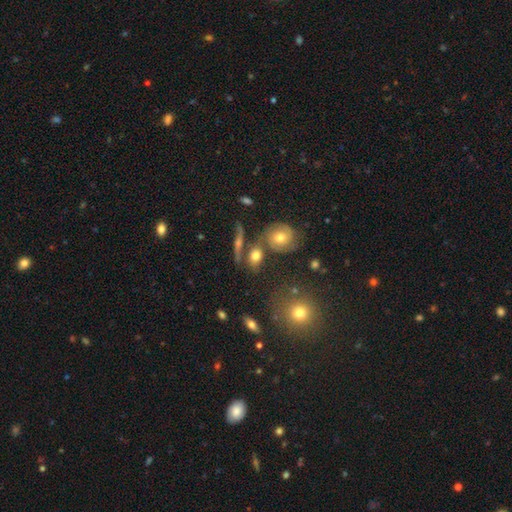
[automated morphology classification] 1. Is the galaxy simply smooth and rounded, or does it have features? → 57% smooth, 32% featured or disk, 11% star or artifact.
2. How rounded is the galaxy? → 56% in between, 33% round, 11% cigar-shaped.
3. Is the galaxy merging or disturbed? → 58% none, 22% merger, 14% minor disturbance, 6% major disturbance.